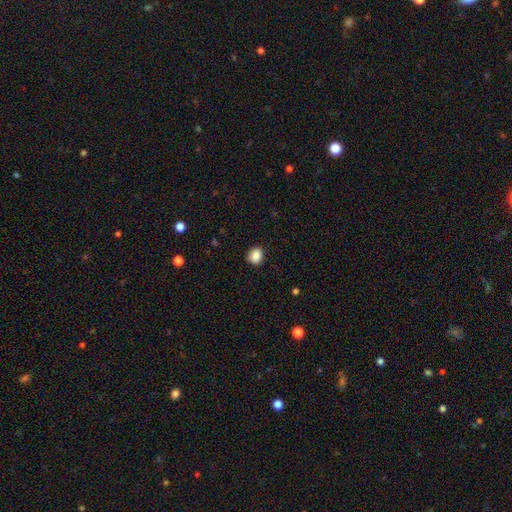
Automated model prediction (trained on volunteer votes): Q: Smooth or featured?
A: smooth (88%); runner-up: star or artifact (9%)
Q: How rounded?
A: round (71%); runner-up: in between (28%)
Q: Merging?
A: none (88%); runner-up: minor disturbance (9%)